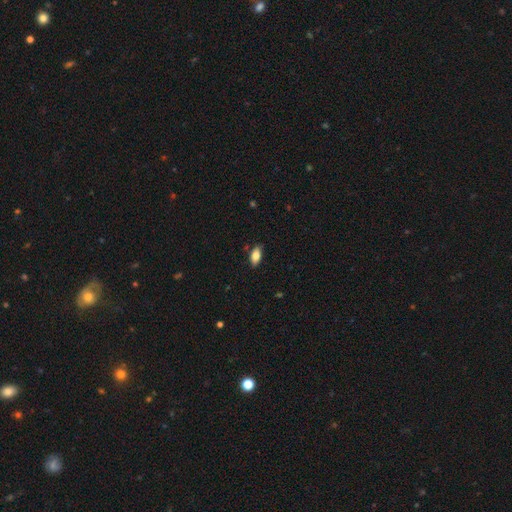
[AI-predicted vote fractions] This is clearly a smooth galaxy (82%). How rounded: clearly in between (90%). Merging: clearly none (84%).